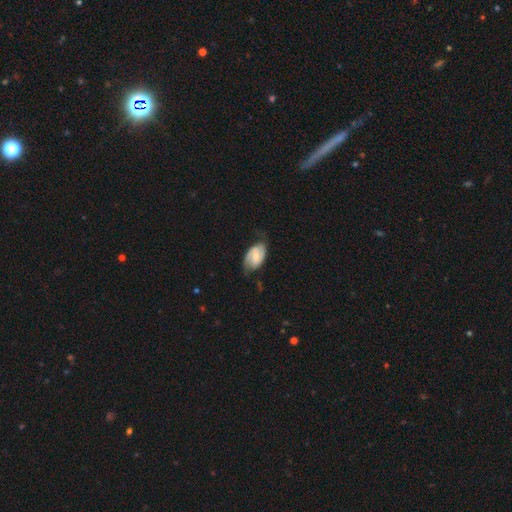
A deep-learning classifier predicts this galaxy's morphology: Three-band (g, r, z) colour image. It shows a featured or disk galaxy (59%) with a weak bar (46%), spiral arms (84%) and a moderate central bulge (47%). Merging: none (62%).